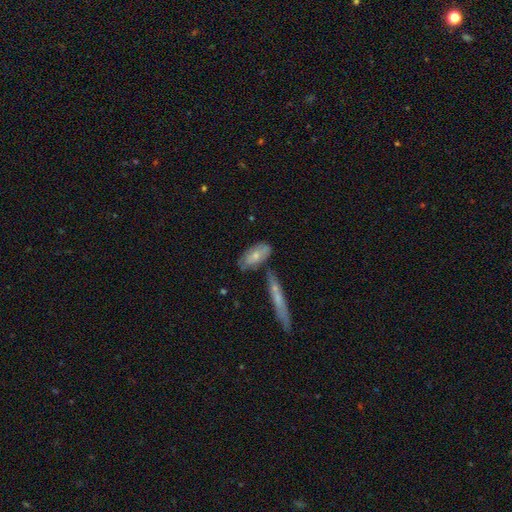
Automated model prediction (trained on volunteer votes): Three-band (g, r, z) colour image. It shows a smooth galaxy with no disk features (63%) that is in between round and cigar-shaped (81%). Merging: none (58%).